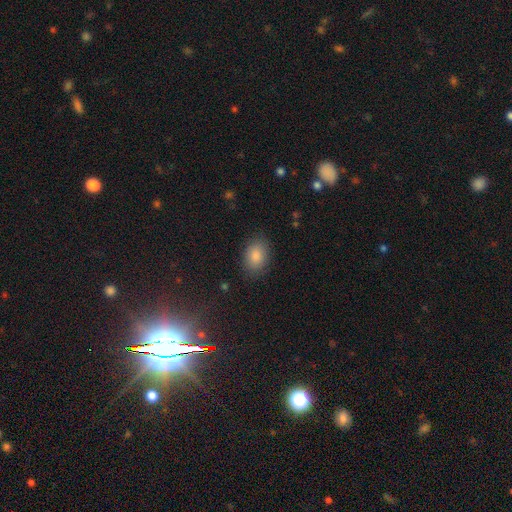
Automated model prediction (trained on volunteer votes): Q: Smooth or featured?
A: smooth (85%); runner-up: star or artifact (8%)
Q: How rounded?
A: in between (78%); runner-up: round (21%)
Q: Merging?
A: none (84%); runner-up: minor disturbance (11%)